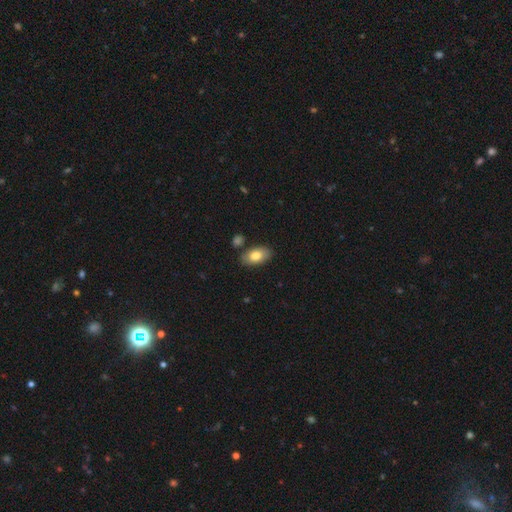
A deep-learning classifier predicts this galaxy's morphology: Overall: smooth (80%). How rounded: in between (93%). Merging: none (82%).